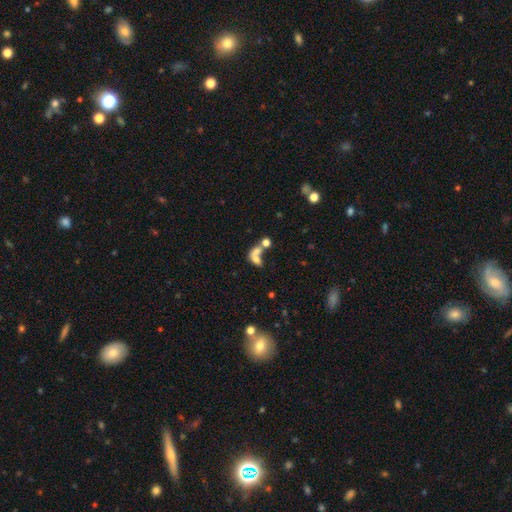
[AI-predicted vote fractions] smooth_or_featured: smooth (p=0.59) [alt: featured or disk p=0.27]
how_rounded: in between (p=0.69) [alt: round p=0.25]
merging: merger (p=0.65) [alt: none p=0.17]